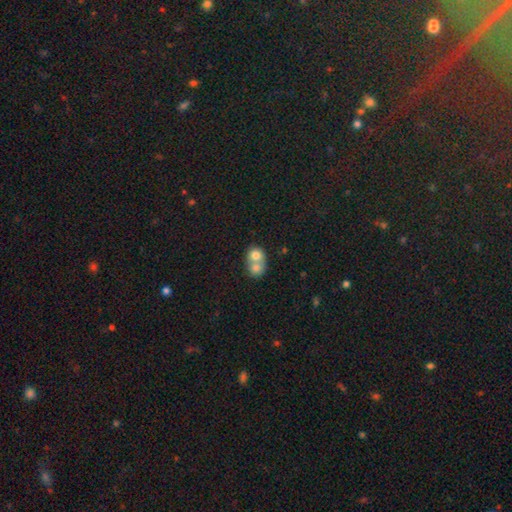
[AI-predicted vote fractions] Morphology: type=smooth (75%); roundness=round (69%); merging=merger (74%).